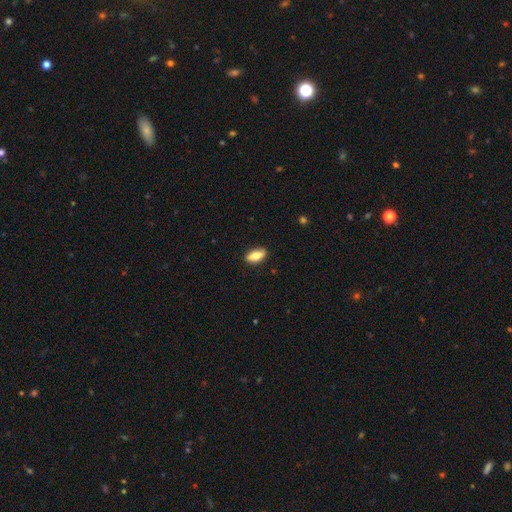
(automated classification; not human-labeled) smooth 81%, featured or disk 13%, star or artifact 6%. Down the decision tree: how rounded — in between (81%); merging — none (85%).